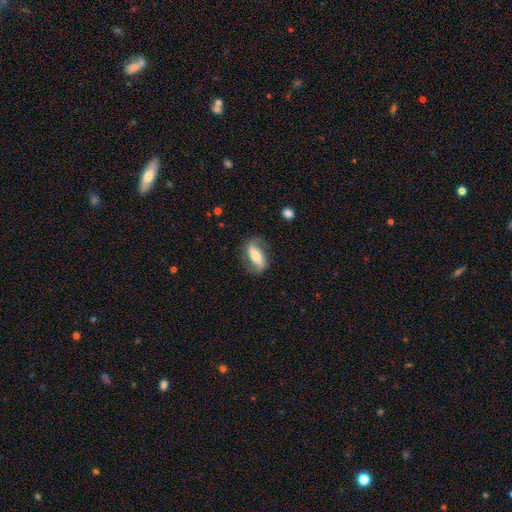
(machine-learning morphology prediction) A featured or disk galaxy (65%) with a strong bar (53%), spiral arms (83%) and a moderate central bulge (54%).

Vote fractions:
- Smooth or featured? featured or disk: 65% / smooth: 29% / star or artifact: 6%
- Edge-on disk? no: 86% / yes: 14%
- Bar? strong: 53% / no: 25% / weak: 22%
- Spiral arms? yes: 83% / no: 17%
- Bulge size? moderate: 54% / small: 33% / large: 9% / dominant: 2% / none: 2%
- Merging? none: 75% / minor disturbance: 17% / major disturbance: 7% / merger: 2%